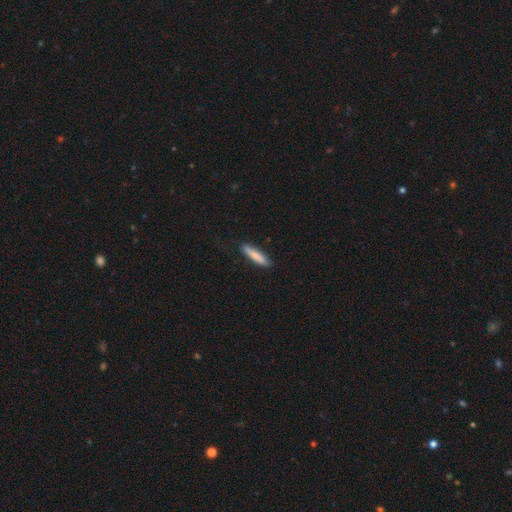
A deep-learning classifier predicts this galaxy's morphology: A smooth galaxy with no disk features (82%) that is cigar-shaped (85%). Merging: none (86%).